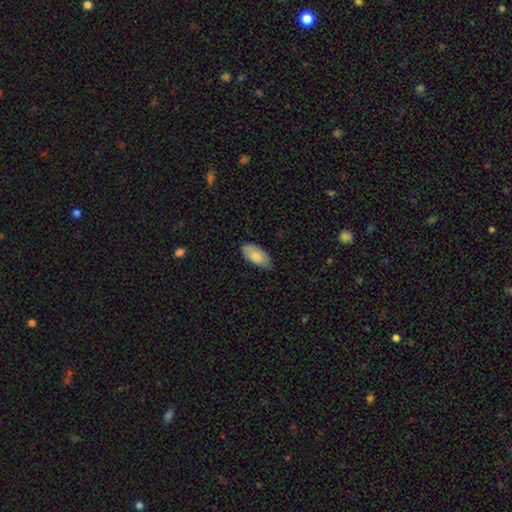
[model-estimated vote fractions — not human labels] Smooth or featured? Predicted: smooth (p=0.82). How rounded? Predicted: in between (p=0.92). Merging? Predicted: none (p=0.75).